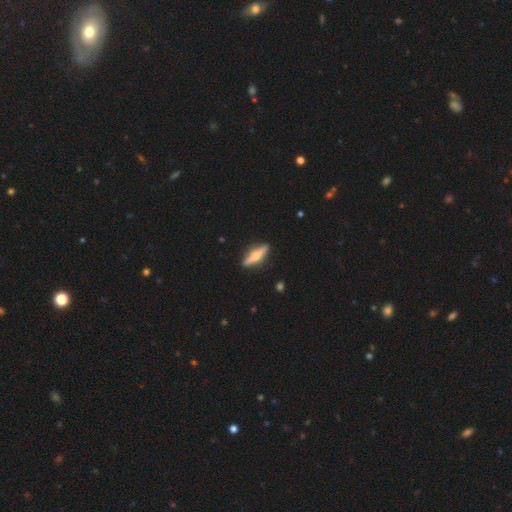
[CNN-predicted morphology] This appears to be a featured or disk galaxy (60%) viewed edge-on (96%) with a rounded central bulge (85%). Merging: none (90%).